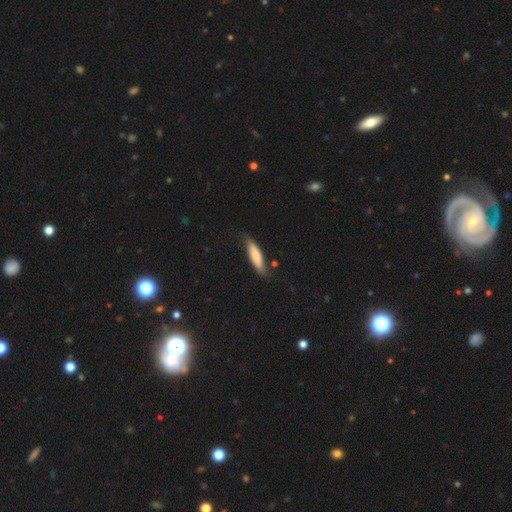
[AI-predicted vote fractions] The model was most divided on "how rounded": cigar-shaped: 68%, in between: 30%, round: 2%. More confident: smooth or featured — smooth (78%); merging — none (66%).